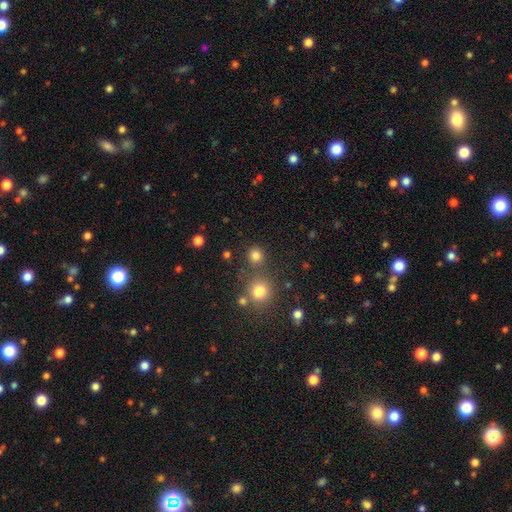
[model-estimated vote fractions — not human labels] smooth-or-featured: smooth: 80% | star or artifact: 15% | featured or disk: 5%
  how-rounded: round: 89% | in between: 10% | cigar-shaped: 1%
  merging: none: 76% | merger: 13% | minor disturbance: 8% | major disturbance: 4%